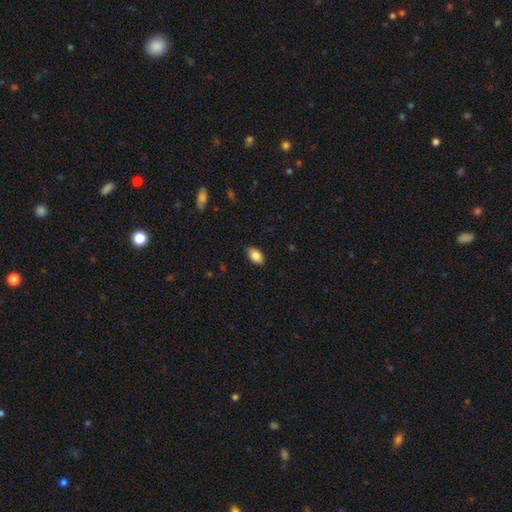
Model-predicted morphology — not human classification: Smooth or featured?
  - smooth: 86% *
  - star or artifact: 8%
  - featured or disk: 6%
How rounded?
  - in between: 90% *
  - round: 8%
  - cigar-shaped: 2%
Merging?
  - none: 87% *
  - minor disturbance: 10%
  - major disturbance: 2%
  - merger: 1%